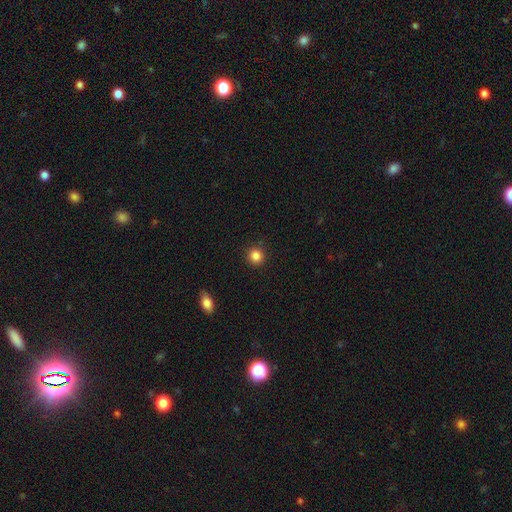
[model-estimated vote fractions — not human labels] Q: Smooth or featured?
A: smooth (85%); runner-up: star or artifact (11%)
Q: How rounded?
A: round (93%); runner-up: in between (6%)
Q: Merging?
A: none (91%); runner-up: minor disturbance (6%)